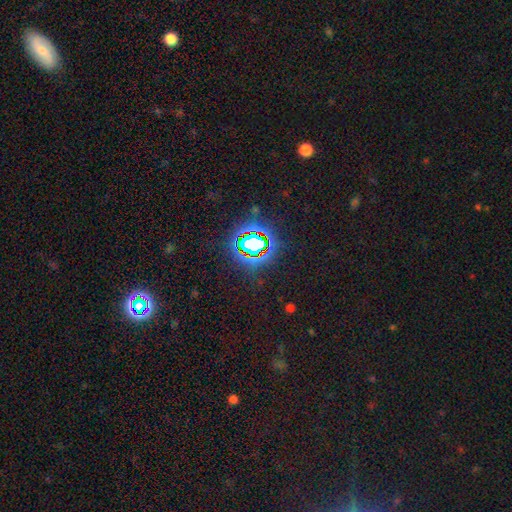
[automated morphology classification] smooth_or_featured: star or artifact (p=0.81) [alt: smooth p=0.12]